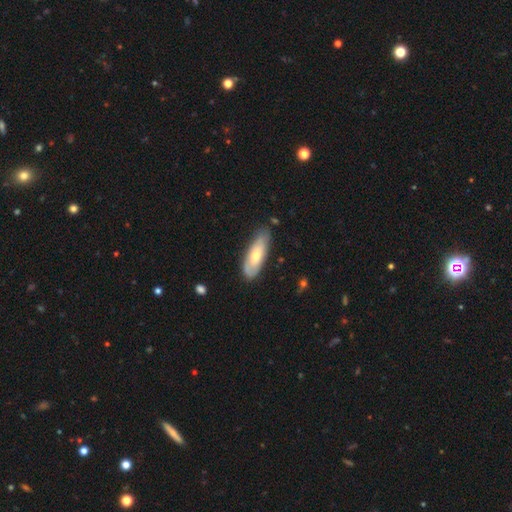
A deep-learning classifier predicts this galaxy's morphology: Smooth or featured: smooth — 54% (featured or disk — 41%)
How rounded: in between — 64% (cigar-shaped — 34%)
Merging: none — 73% (minor disturbance — 21%)